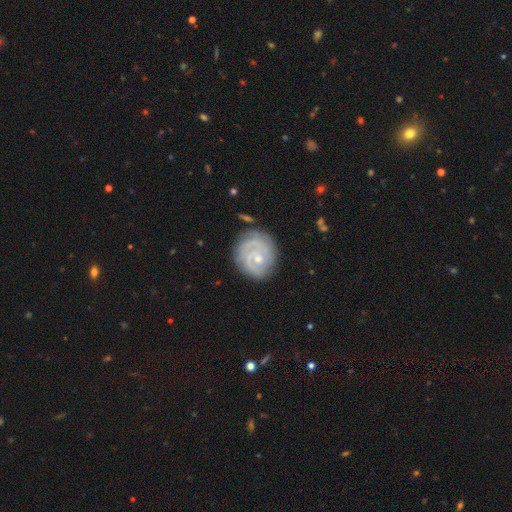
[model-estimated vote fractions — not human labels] This appears to be a featured or disk galaxy (80%) with no bar (67%), 2 (40%) tight (72%) spiral arms (94%) and a small central bulge (61%). Merging: none (74%).